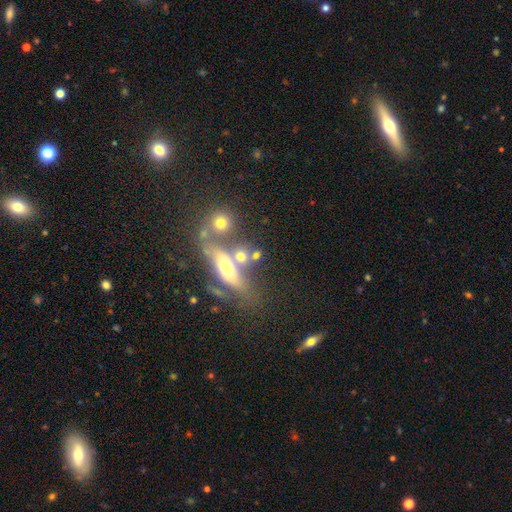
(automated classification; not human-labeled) Smooth or featured? smooth (62%)
How rounded? in between (42%)
Merging? none (44%)